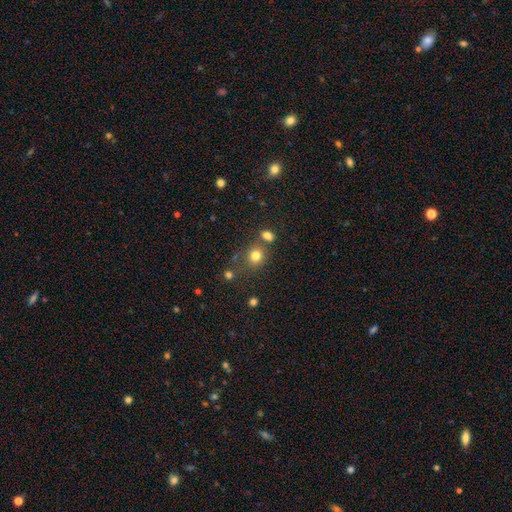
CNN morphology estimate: A smooth galaxy with no disk features (78%) that is round (79%). Merging: none (65%).